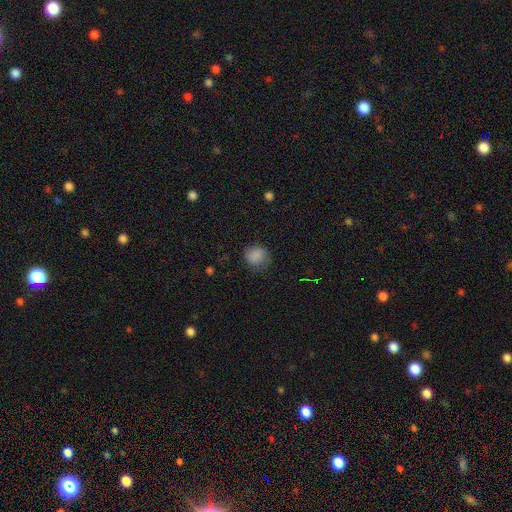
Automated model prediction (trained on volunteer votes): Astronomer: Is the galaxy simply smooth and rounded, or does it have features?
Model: smooth — 85%.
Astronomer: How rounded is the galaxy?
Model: round — 81%.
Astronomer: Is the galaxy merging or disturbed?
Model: none — 78%.